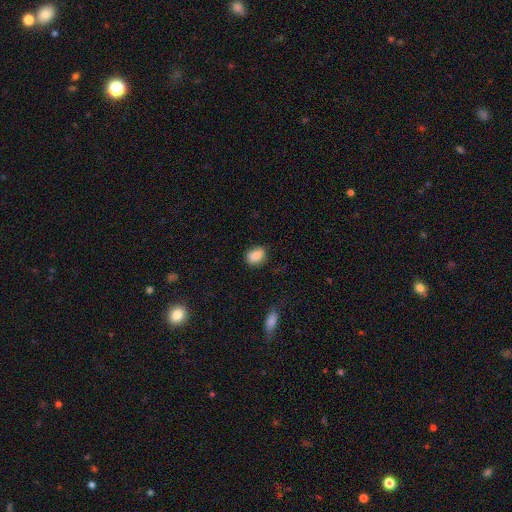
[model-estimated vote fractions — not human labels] smooth-or-featured: smooth: 85% | star or artifact: 8% | featured or disk: 6%
  how-rounded: in between: 67% | round: 31% | cigar-shaped: 2%
  merging: none: 75% | minor disturbance: 19% | major disturbance: 4% | merger: 2%